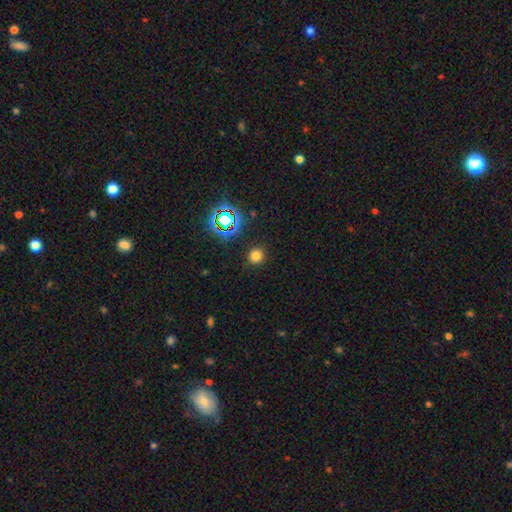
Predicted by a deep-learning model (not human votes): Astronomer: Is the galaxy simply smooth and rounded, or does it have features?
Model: smooth — 74%.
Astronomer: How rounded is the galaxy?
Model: round — 91%.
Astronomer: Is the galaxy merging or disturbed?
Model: none — 90%.